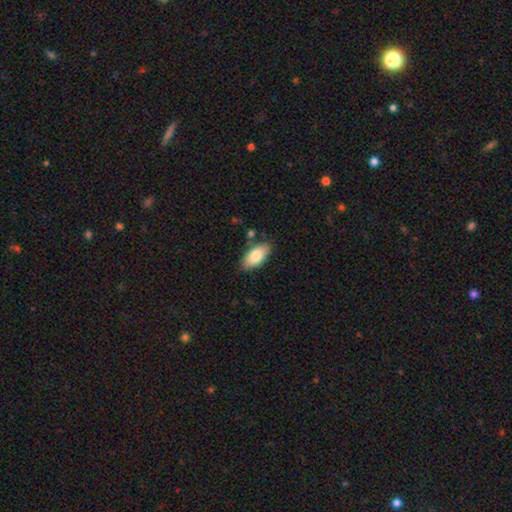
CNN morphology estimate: Q: Smooth or featured?
A: smooth (82%); runner-up: featured or disk (12%)
Q: How rounded?
A: in between (90%); runner-up: cigar-shaped (7%)
Q: Merging?
A: none (80%); runner-up: minor disturbance (14%)